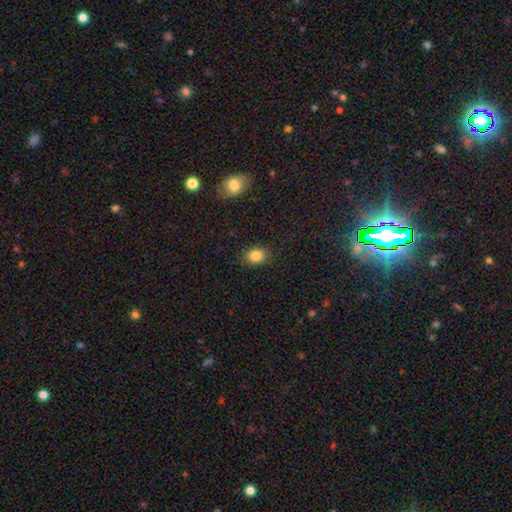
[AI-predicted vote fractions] Morphology: type=smooth (84%); roundness=in between (50%); merging=none (86%).